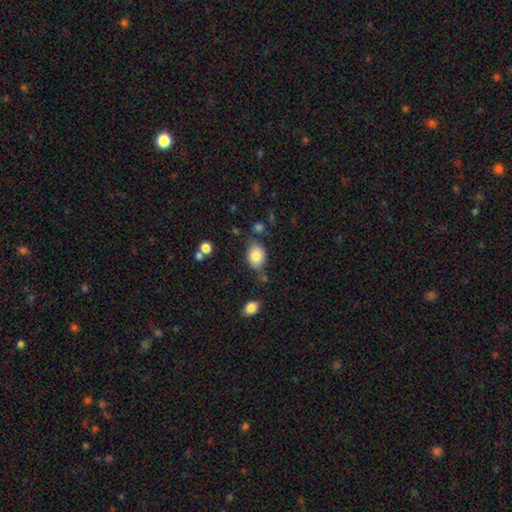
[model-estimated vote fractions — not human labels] Smooth or featured: smooth — 81% (featured or disk — 11%)
How rounded: in between — 69% (round — 30%)
Merging: none — 66% (minor disturbance — 21%)